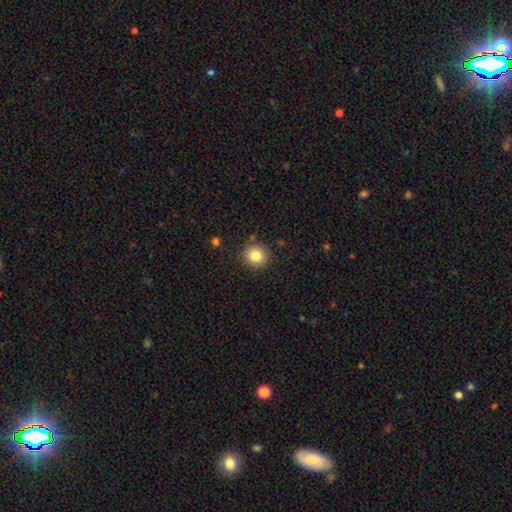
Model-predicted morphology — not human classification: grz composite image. It shows a smooth galaxy with no disk features (83%) that is round (93%). Merging: none (89%).